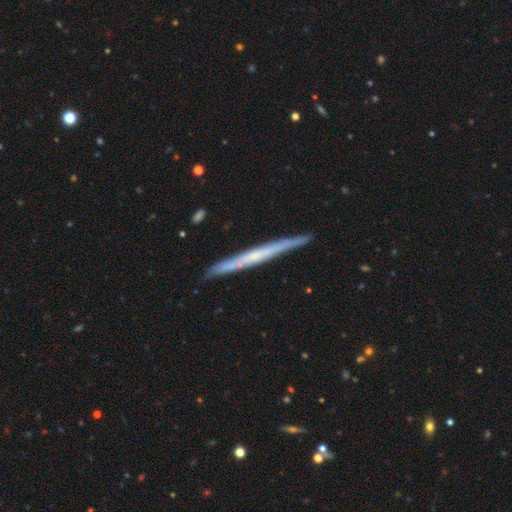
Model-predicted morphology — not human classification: Smooth or featured? featured or disk (64%)
Edge-on disk? yes (96%)
Edge-on bulge? none (74%)
Merging? none (89%)